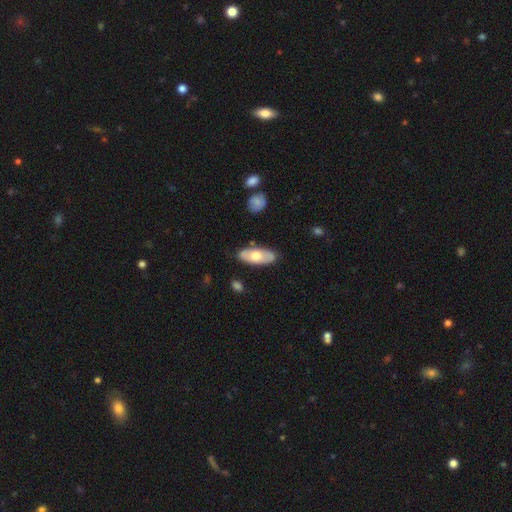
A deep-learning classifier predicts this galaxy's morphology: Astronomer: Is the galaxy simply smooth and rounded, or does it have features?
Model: smooth — 58% (runner-up: featured or disk, 37%).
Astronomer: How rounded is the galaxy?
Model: in between — 82%.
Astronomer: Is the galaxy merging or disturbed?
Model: none — 83%.